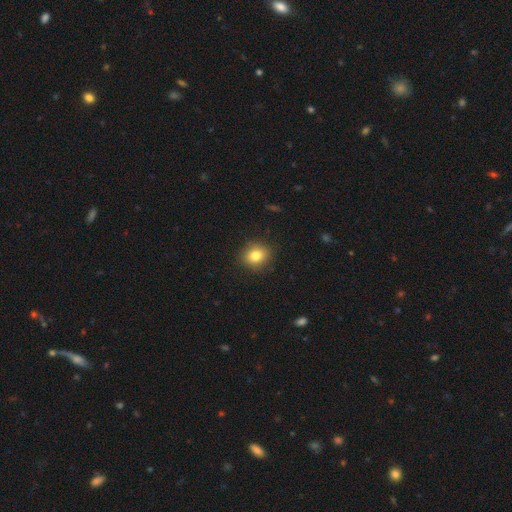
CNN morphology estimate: type=smooth (82%); roundness=round (69%); merging=none (88%).